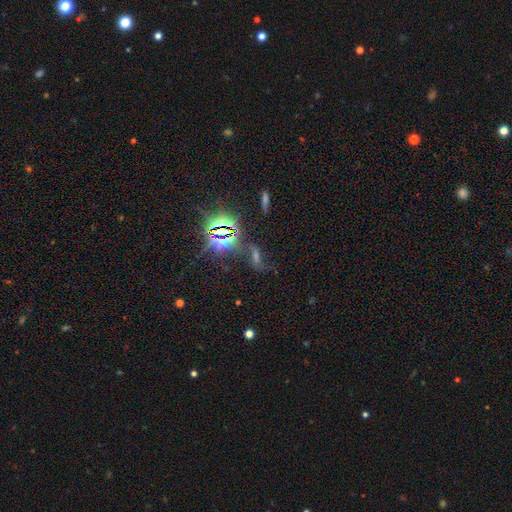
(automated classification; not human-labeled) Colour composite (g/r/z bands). It shows a star or artifact, not a galaxy (54%).